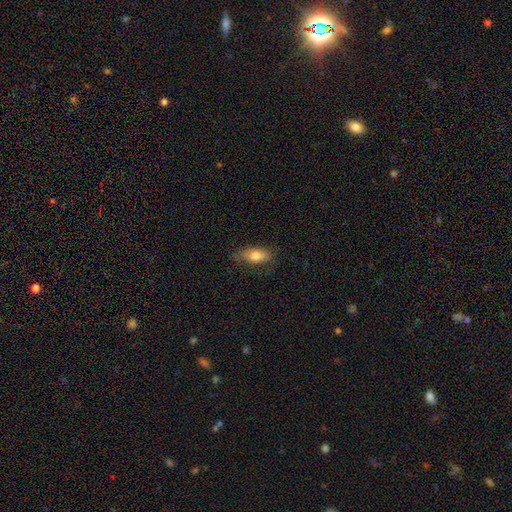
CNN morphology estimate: Overall: smooth (74%). How rounded: in between (79%). Merging: none (68%).